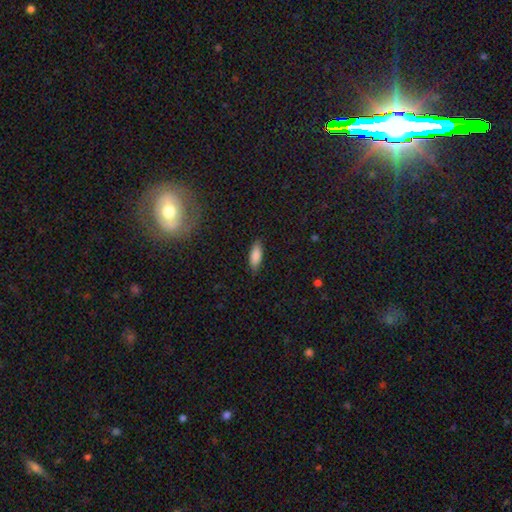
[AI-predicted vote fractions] smooth-or-featured: smooth: 86% | featured or disk: 7% | star or artifact: 7%
  how-rounded: in between: 70% | cigar-shaped: 28% | round: 2%
  merging: none: 85% | minor disturbance: 11% | major disturbance: 2% | merger: 1%